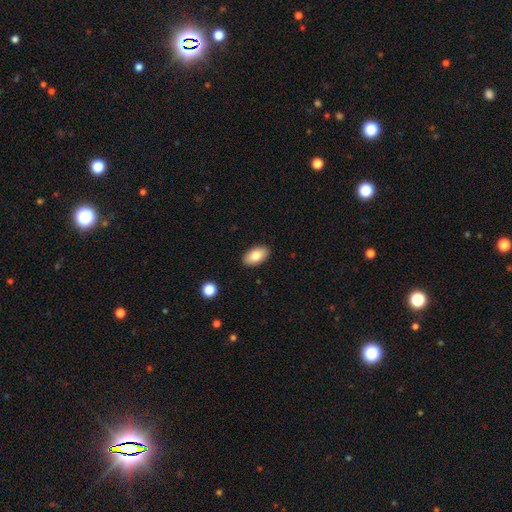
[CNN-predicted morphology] A smooth galaxy with no disk features (81%) that is in between round and cigar-shaped (94%). Merging: none (89%).